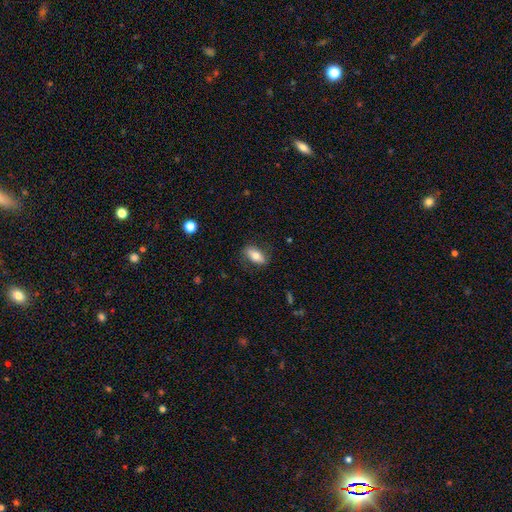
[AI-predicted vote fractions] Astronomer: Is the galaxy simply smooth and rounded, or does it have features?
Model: smooth — 70%.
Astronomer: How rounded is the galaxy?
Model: in between — 85%.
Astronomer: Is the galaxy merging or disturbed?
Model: none — 80%.